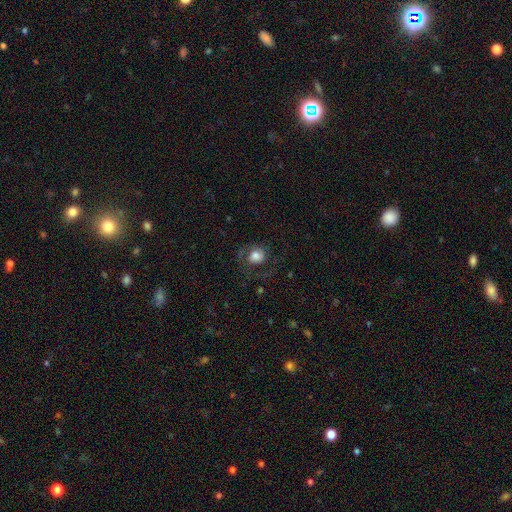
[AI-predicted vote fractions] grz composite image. It shows a smooth galaxy with no disk features (55%) that is round (69%). Merging: none (52%).